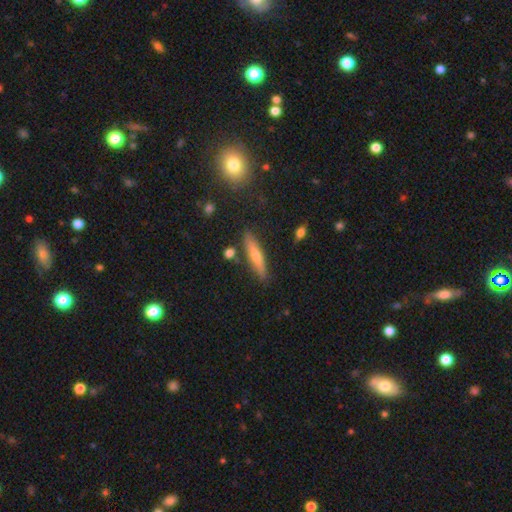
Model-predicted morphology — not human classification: A featured or disk galaxy (51%) viewed edge-on (91%). Merging: none (86%).